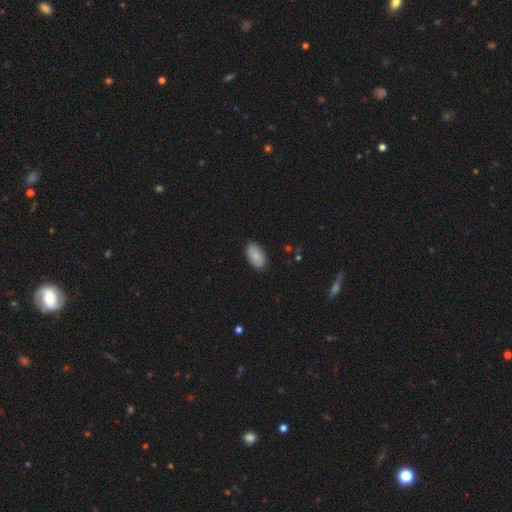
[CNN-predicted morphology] A smooth galaxy with no disk features (82%) that is in between round and cigar-shaped (94%).

Vote fractions:
- Smooth or featured? smooth: 82% / featured or disk: 11% / star or artifact: 7%
- How rounded? in between: 94% / round: 4% / cigar-shaped: 2%
- Merging? none: 88% / minor disturbance: 9% / major disturbance: 2% / merger: 1%